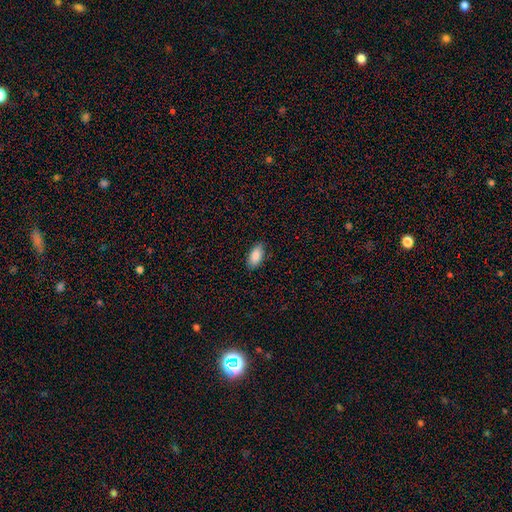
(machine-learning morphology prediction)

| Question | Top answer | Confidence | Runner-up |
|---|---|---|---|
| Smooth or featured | smooth | 88% | star or artifact (7%) |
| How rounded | in between | 93% | cigar-shaped (5%) |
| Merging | none | 86% | minor disturbance (10%) |